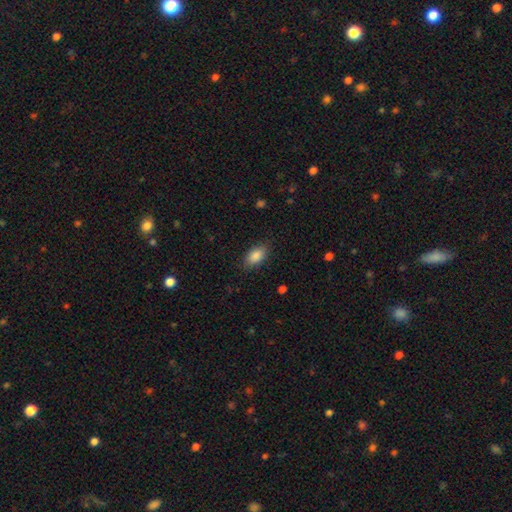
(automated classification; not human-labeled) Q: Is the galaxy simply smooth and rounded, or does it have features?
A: smooth — 88%.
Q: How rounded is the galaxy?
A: in between — 92%.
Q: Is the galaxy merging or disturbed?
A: none — 84%.